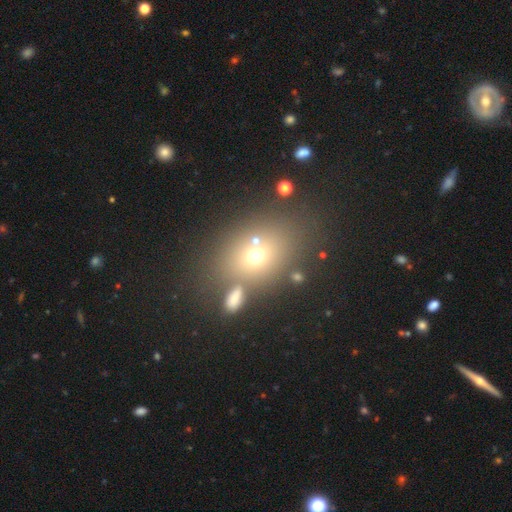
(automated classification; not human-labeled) This appears to be a smooth galaxy with no disk features (59%) that is in between round and cigar-shaped (54%). Merging: none (61%).